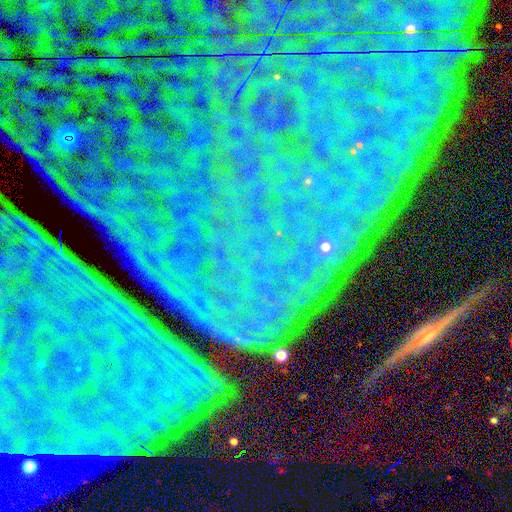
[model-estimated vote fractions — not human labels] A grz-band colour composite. It shows a star or artifact, not a galaxy (83%).